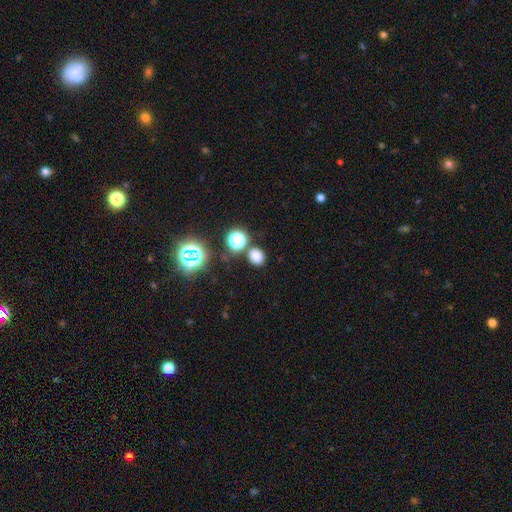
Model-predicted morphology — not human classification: smooth_or_featured: smooth (p=0.74) [alt: star or artifact p=0.21]
how_rounded: round (p=0.70) [alt: in between p=0.29]
merging: none (p=0.80) [alt: minor disturbance p=0.09]